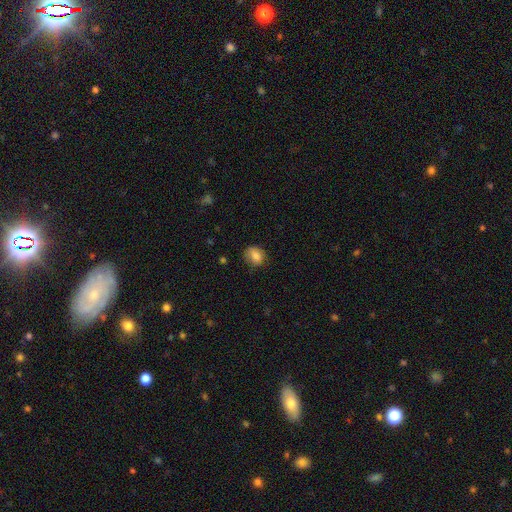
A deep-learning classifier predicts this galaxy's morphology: type=smooth (81%); roundness=round (55%); merging=none (70%).